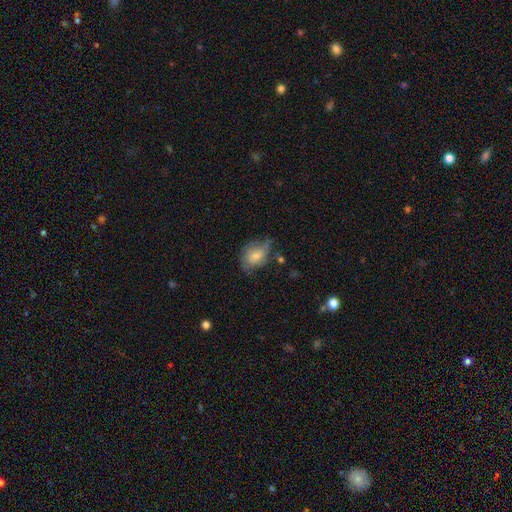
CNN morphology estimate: Q: Smooth or featured?
A: smooth (56%); runner-up: featured or disk (36%)
Q: How rounded?
A: in between (69%); runner-up: round (29%)
Q: Merging?
A: none (43%); runner-up: minor disturbance (35%)